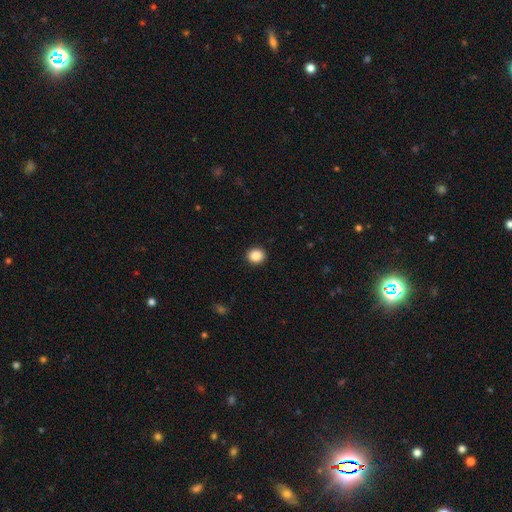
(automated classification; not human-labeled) smooth-or-featured: smooth: 88% | star or artifact: 9% | featured or disk: 3%
  how-rounded: round: 80% | in between: 19% | cigar-shaped: 1%
  merging: none: 92% | minor disturbance: 5% | major disturbance: 2% | merger: 1%